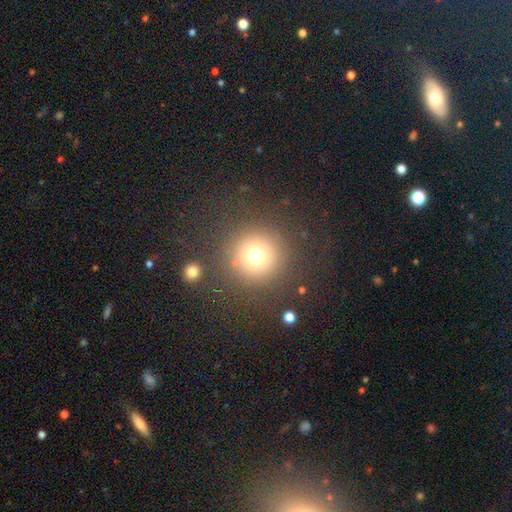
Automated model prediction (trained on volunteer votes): smooth_or_featured: smooth (p=0.72) [alt: star or artifact p=0.18]
how_rounded: round (p=0.95) [alt: in between p=0.04]
merging: none (p=0.84) [alt: minor disturbance p=0.07]